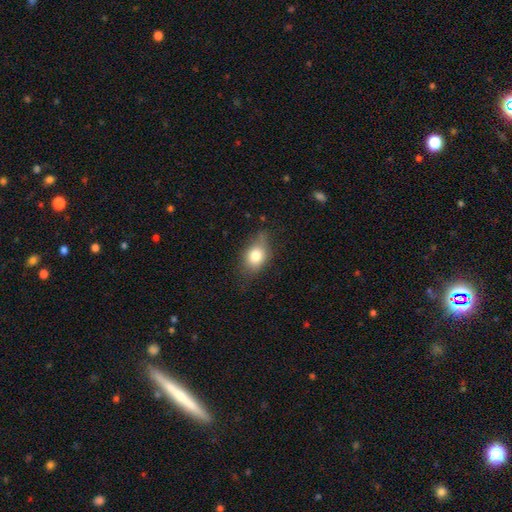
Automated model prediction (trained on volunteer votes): smooth 76%, featured or disk 14%, star or artifact 10%. Down the decision tree: how rounded — in between (68%); merging — none (58%).